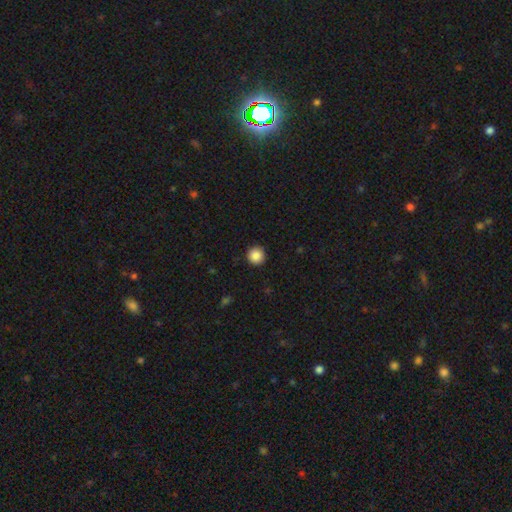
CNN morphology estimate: smooth 87%, star or artifact 10%, featured or disk 3%. Down the decision tree: how rounded — round (96%); merging — none (92%).